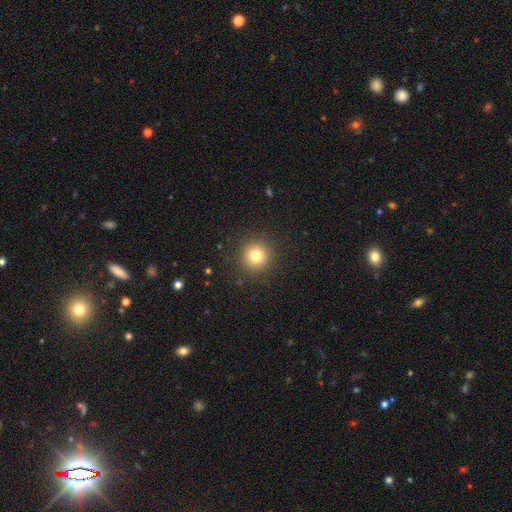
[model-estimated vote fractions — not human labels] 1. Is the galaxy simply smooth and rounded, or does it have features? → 78% smooth, 14% star or artifact, 8% featured or disk.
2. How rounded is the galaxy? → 95% round, 4% in between, 1% cigar-shaped.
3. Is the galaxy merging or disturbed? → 91% none, 6% minor disturbance, 3% major disturbance, 1% merger.